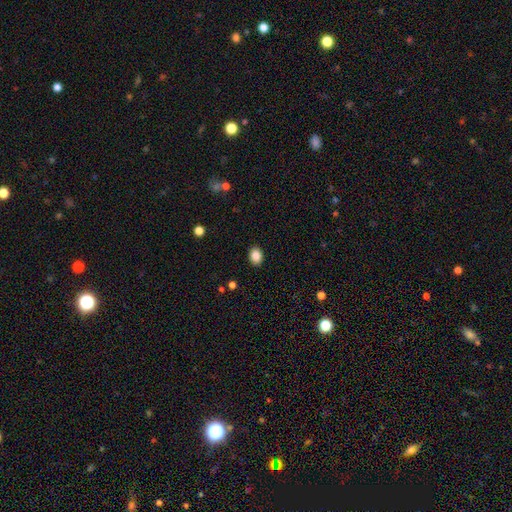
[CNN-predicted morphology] This appears to be a smooth galaxy with no disk features (87%) that is in between round and cigar-shaped (65%). Merging: none (90%).